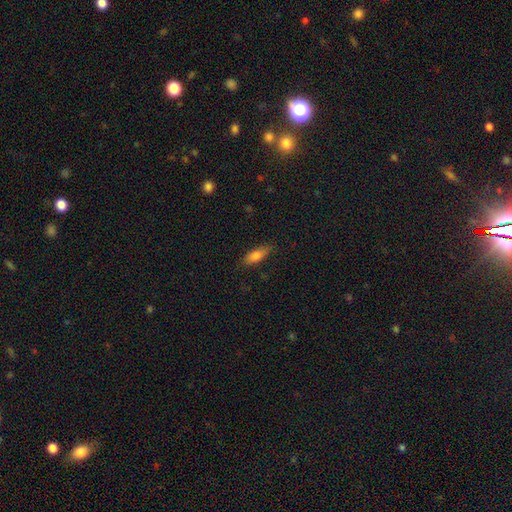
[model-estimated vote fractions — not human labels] A smooth galaxy with no disk features (78%) that is in between round and cigar-shaped (67%).

Vote fractions:
- Smooth or featured? smooth: 78% / featured or disk: 15% / star or artifact: 7%
- How rounded? in between: 67% / cigar-shaped: 30% / round: 3%
- Merging? none: 81% / minor disturbance: 15% / major disturbance: 3% / merger: 1%